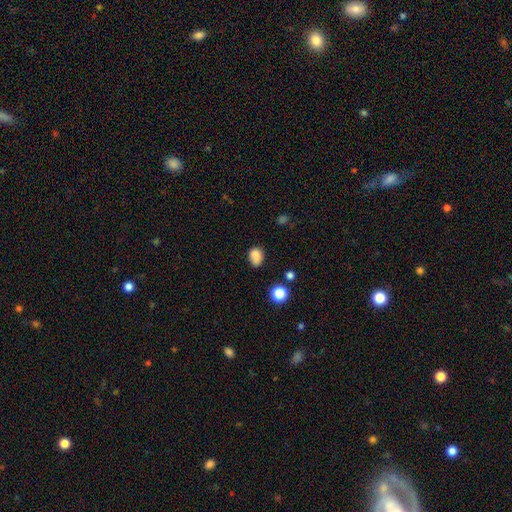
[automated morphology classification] smooth-or-featured: smooth: 83% | star or artifact: 12% | featured or disk: 5%
  how-rounded: in between: 67% | round: 32% | cigar-shaped: 1%
  merging: none: 65% | minor disturbance: 25% | major disturbance: 6% | merger: 4%